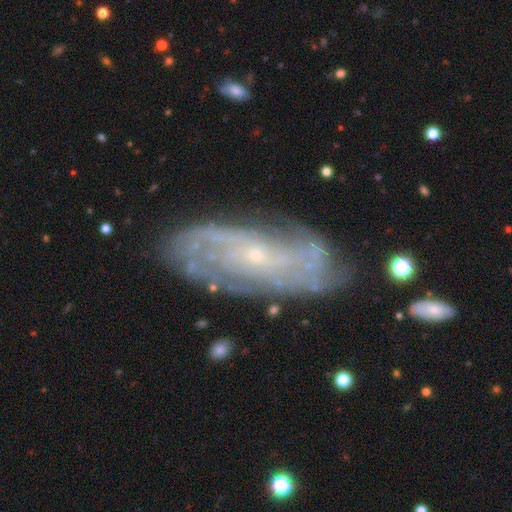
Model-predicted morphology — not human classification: Smooth or featured? featured or disk (82%)
Edge-on disk? no (91%)
Bar? no (70%)
Spiral arms? yes (89%)
Spiral winding? tight (50%)
Spiral arm count? can't tell (46%)
Bulge size? small (82%)
Merging? none (71%)